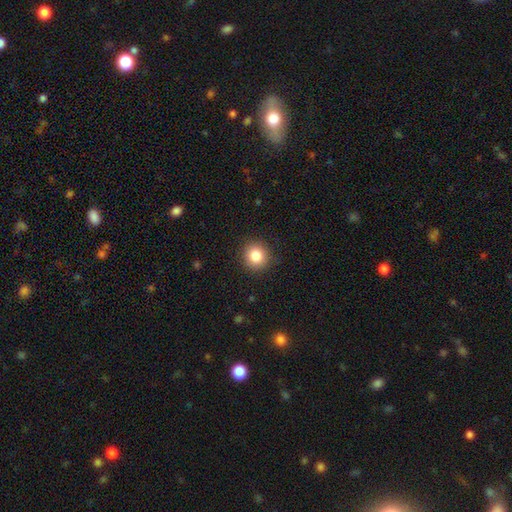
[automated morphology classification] This is clearly a smooth galaxy (84%). How rounded: clearly round (90%). Merging: clearly none (90%).